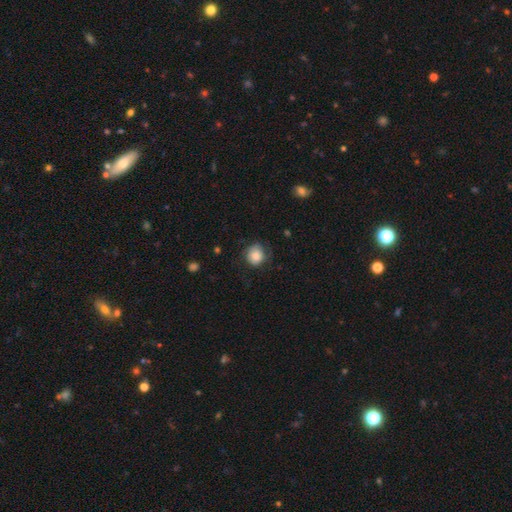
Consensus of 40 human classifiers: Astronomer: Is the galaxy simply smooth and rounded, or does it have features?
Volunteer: smooth — 88%.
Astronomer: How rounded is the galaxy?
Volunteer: round — 80%.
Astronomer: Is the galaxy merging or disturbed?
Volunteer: none — 62%.